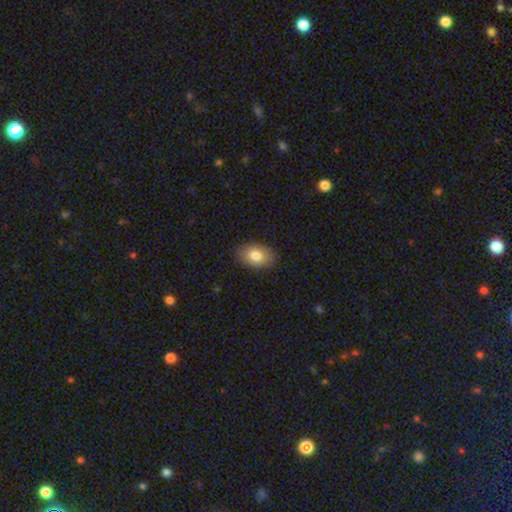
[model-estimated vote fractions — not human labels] Morphology: type=smooth (81%); roundness=in between (87%); merging=none (85%).